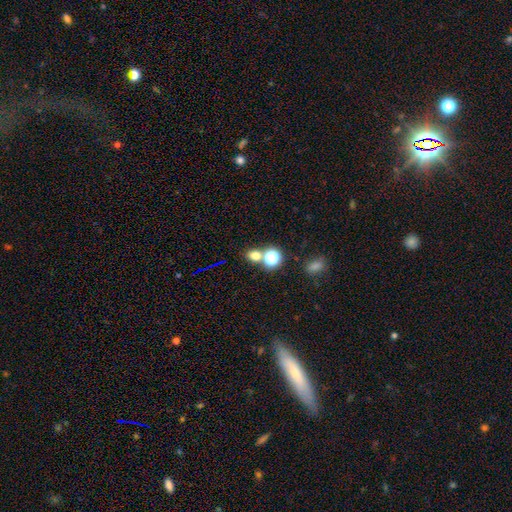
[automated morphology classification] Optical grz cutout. It shows a smooth galaxy with no disk features (70%) that is round (69%). Merging: none (59%).